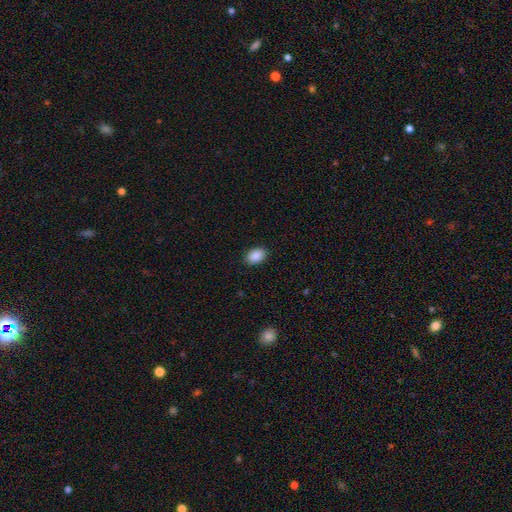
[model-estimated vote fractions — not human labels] A smooth galaxy with no disk features (90%) that is in between round and cigar-shaped (85%). Merging: none (89%).